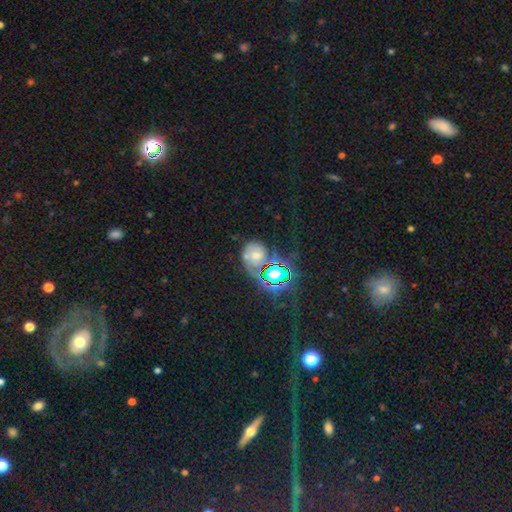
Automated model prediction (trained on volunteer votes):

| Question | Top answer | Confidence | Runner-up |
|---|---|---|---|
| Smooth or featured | star or artifact | 49% | featured or disk (27%) |